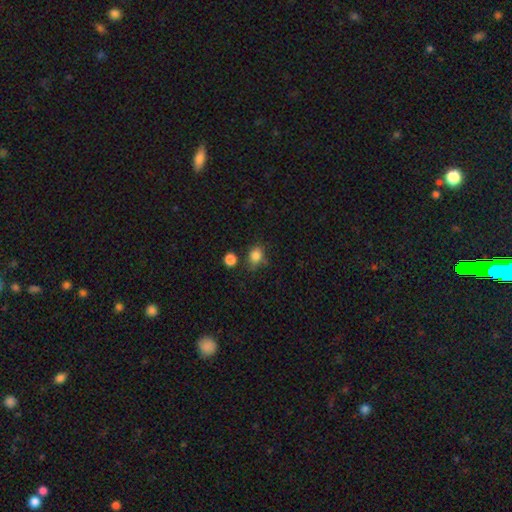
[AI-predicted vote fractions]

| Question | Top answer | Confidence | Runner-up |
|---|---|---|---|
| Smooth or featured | smooth | 84% | star or artifact (11%) |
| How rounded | round | 57% | in between (42%) |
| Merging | none | 67% | minor disturbance (18%) |